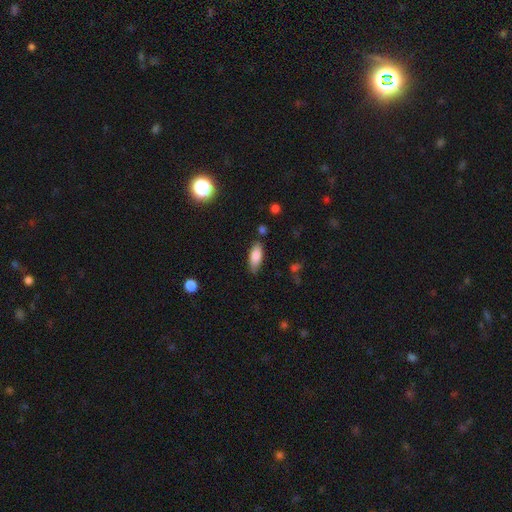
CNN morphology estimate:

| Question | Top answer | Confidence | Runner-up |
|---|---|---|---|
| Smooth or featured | smooth | 83% | featured or disk (10%) |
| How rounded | in between | 79% | cigar-shaped (19%) |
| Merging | none | 79% | minor disturbance (15%) |